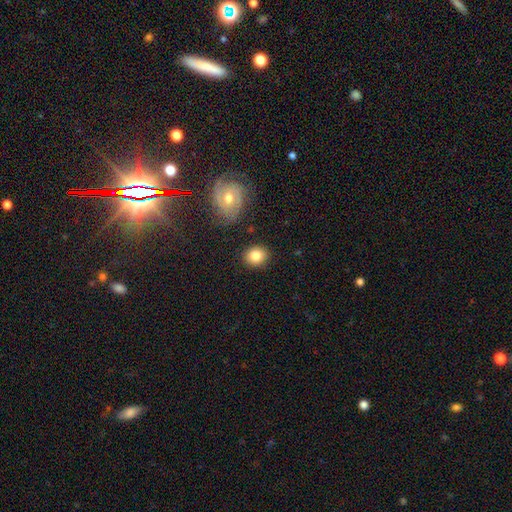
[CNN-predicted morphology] This is clearly a smooth galaxy (83%). How rounded: likely round (72%). Merging: clearly none (86%).